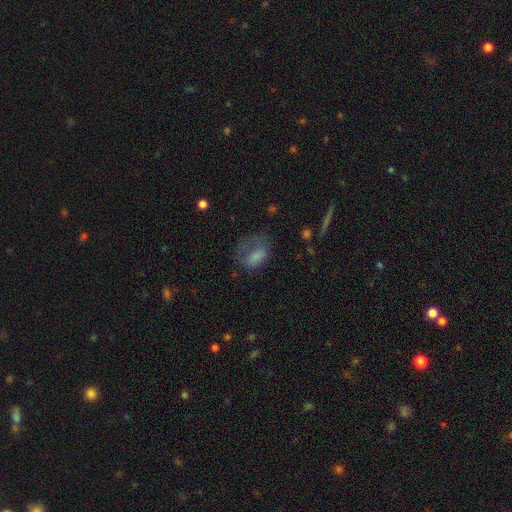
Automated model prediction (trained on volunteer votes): Q: Smooth or featured?
A: smooth (68%); runner-up: featured or disk (21%)
Q: How rounded?
A: in between (80%); runner-up: round (17%)
Q: Merging?
A: major disturbance (41%); runner-up: none (32%)